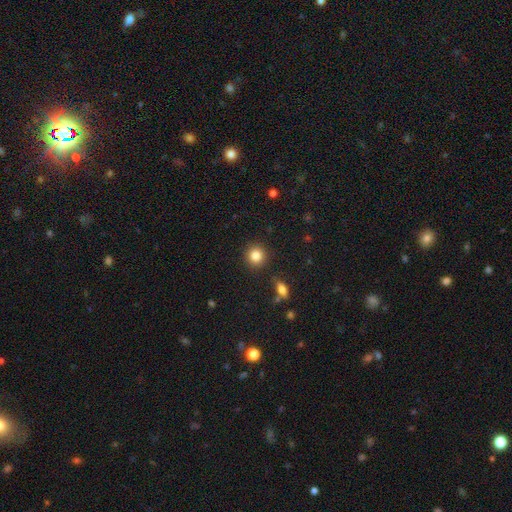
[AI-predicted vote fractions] smooth 84%, star or artifact 10%, featured or disk 6%. Down the decision tree: how rounded — round (91%); merging — none (90%).